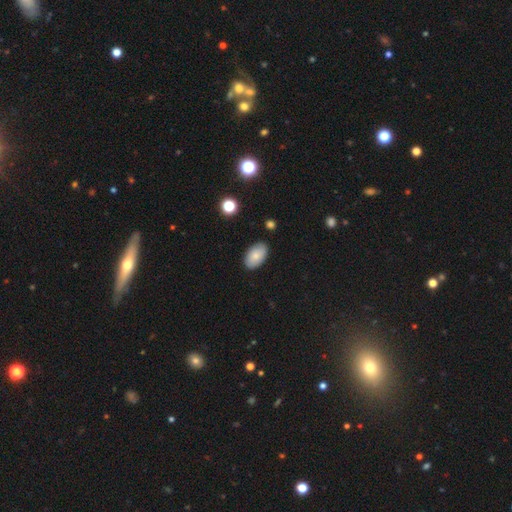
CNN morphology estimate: smooth 80%, featured or disk 13%, star or artifact 7%. Down the decision tree: how rounded — in between (94%); merging — none (86%).